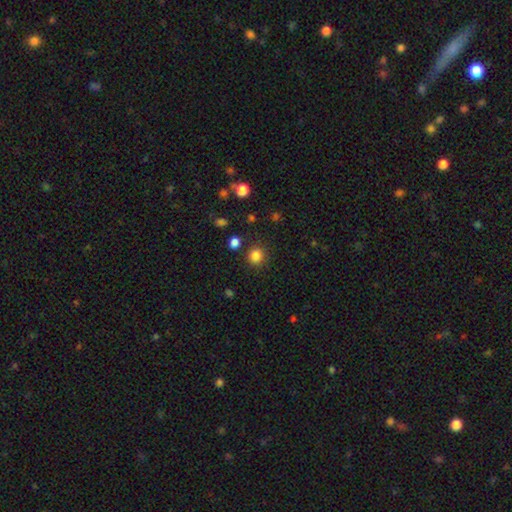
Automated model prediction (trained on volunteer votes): smooth-or-featured: smooth: 84% | star or artifact: 13% | featured or disk: 4%
  how-rounded: round: 91% | in between: 8% | cigar-shaped: 1%
  merging: none: 87% | minor disturbance: 7% | merger: 3% | major disturbance: 3%